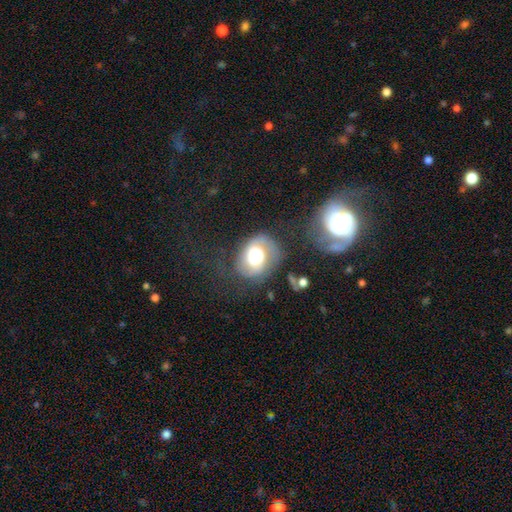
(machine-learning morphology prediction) A featured or disk galaxy (52%) with no bar (58%), spiral arms (72%) and a large central bulge (46%).

Vote fractions:
- Smooth or featured? featured or disk: 52% / smooth: 39% / star or artifact: 9%
- Edge-on disk? no: 96% / yes: 4%
- Bar? no: 58% / weak: 31% / strong: 11%
- Spiral arms? yes: 72% / no: 28%
- Bulge size? large: 46% / moderate: 39% / dominant: 11% / small: 3% / none: 1%
- Merging? none: 54% / minor disturbance: 24% / major disturbance: 19% / merger: 4%